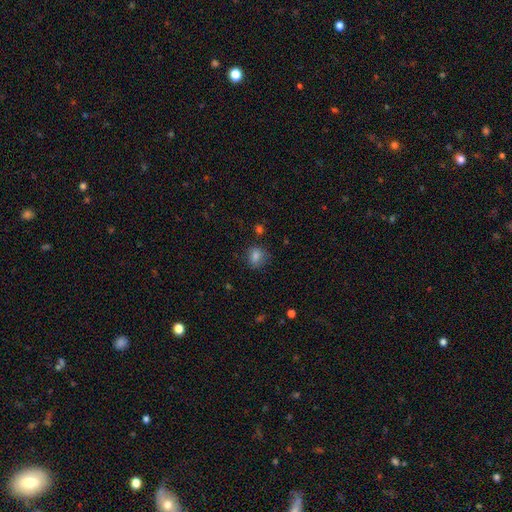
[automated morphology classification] A smooth galaxy with no disk features (77%) that is round (58%). Merging: none (72%).